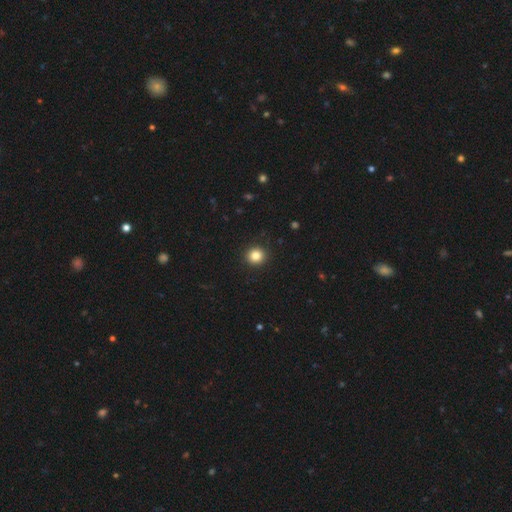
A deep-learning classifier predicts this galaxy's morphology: Smooth or featured? smooth (83%)
How rounded? round (92%)
Merging? none (92%)